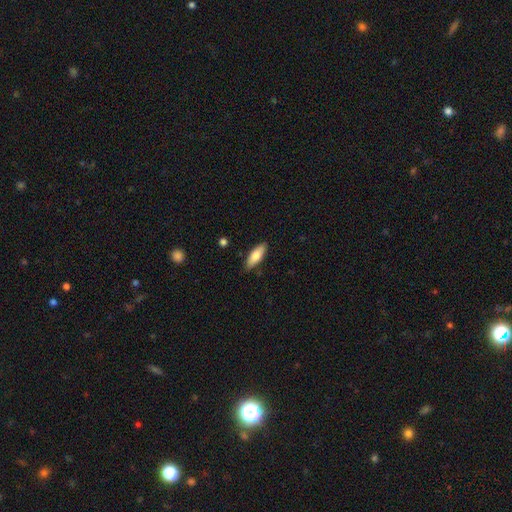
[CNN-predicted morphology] Smooth or featured? smooth (77%)
How rounded? in between (68%)
Merging? none (84%)